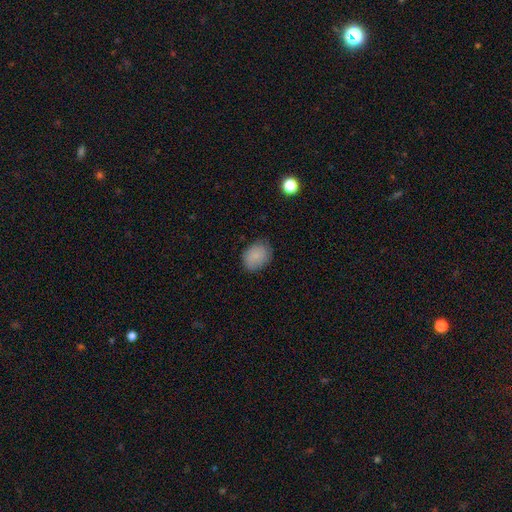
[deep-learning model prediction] A smooth galaxy with no disk features (86%) that is in between round and cigar-shaped (64%). Merging: none (79%).